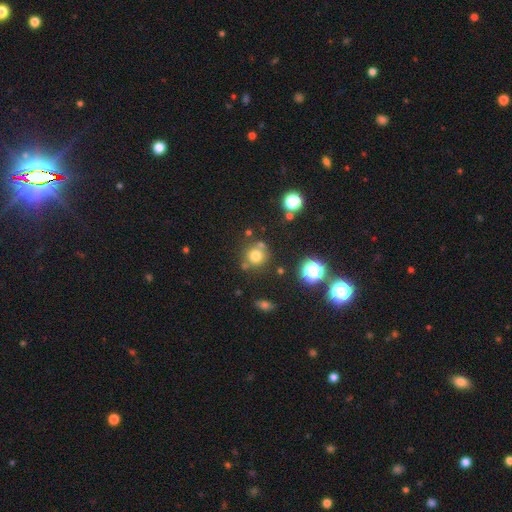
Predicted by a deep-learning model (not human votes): This is likely a smooth galaxy (73%). How rounded: clearly round (90%). Merging: likely none (70%).